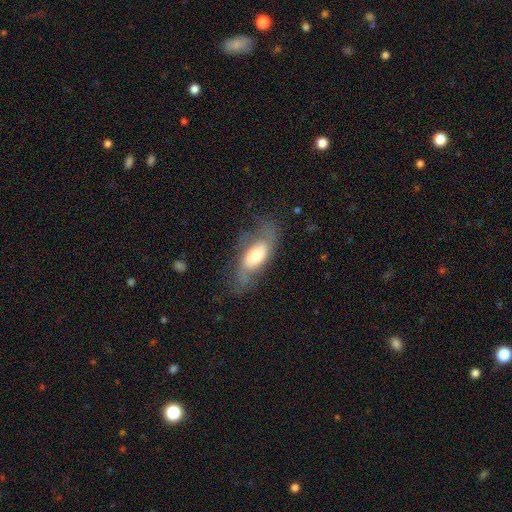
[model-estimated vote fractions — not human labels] This is possibly a featured or disk galaxy (54%). It is clearly not viewed edge-on (86%). Merging: possibly none (53%).